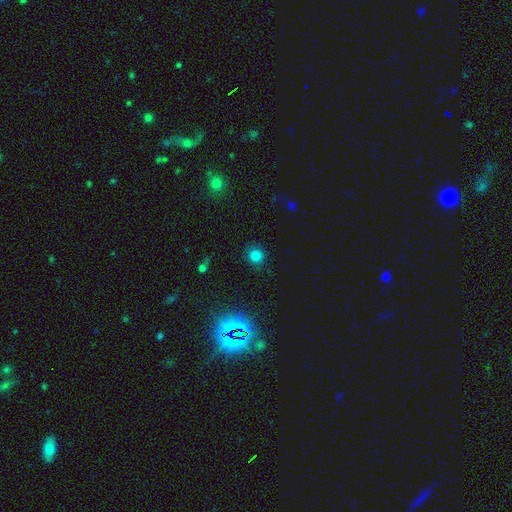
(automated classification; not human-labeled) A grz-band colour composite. It shows a smooth galaxy with no disk features (77%) that is round (87%). Merging: none (84%).